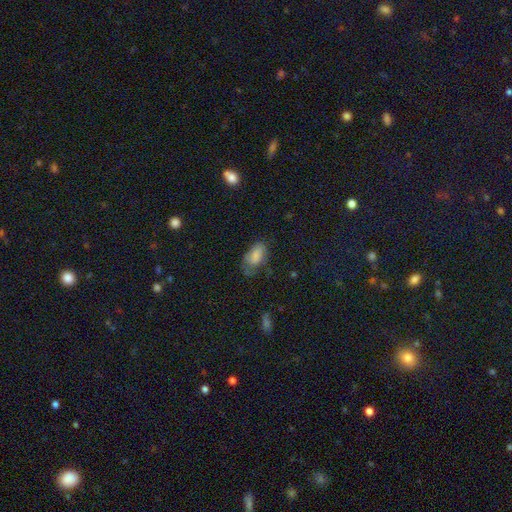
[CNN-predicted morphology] Smooth or featured? smooth (74%)
How rounded? in between (92%)
Merging? none (44%)